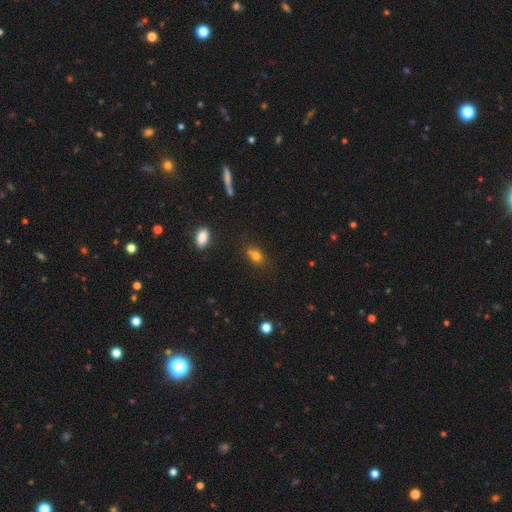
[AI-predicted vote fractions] smooth-or-featured: smooth: 75% | star or artifact: 15% | featured or disk: 10%
  how-rounded: in between: 54% | round: 43% | cigar-shaped: 2%
  merging: none: 54% | merger: 25% | minor disturbance: 16% | major disturbance: 5%